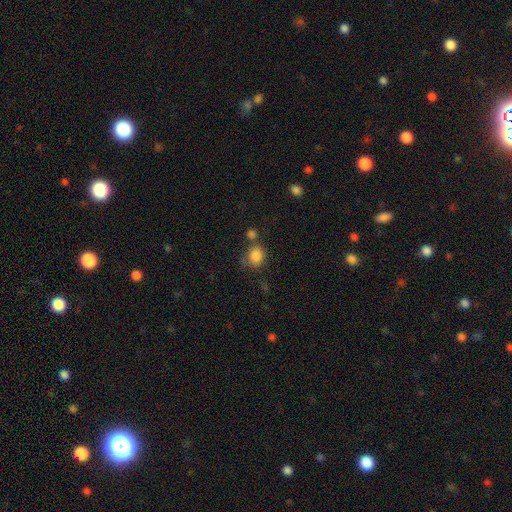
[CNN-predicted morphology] Q: Smooth or featured?
A: smooth (84%); runner-up: star or artifact (10%)
Q: How rounded?
A: round (70%); runner-up: in between (29%)
Q: Merging?
A: none (55%); runner-up: merger (20%)